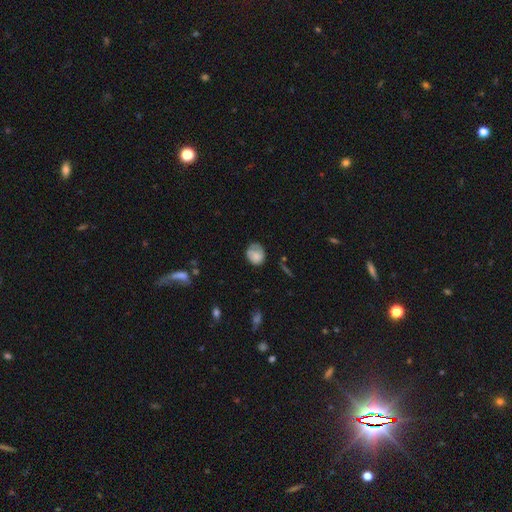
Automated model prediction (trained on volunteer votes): Smooth or featured? smooth (73%)
How rounded? round (72%)
Merging? none (52%)